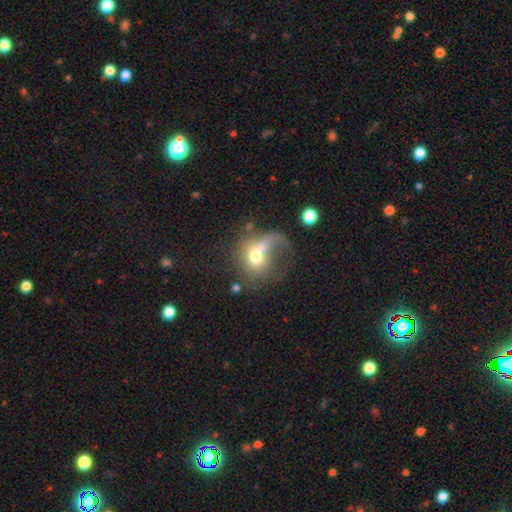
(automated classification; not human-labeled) Smooth or featured: smooth — 58% (featured or disk — 31%)
How rounded: round — 63% (in between — 35%)
Merging: major disturbance — 40% (merger — 23%)